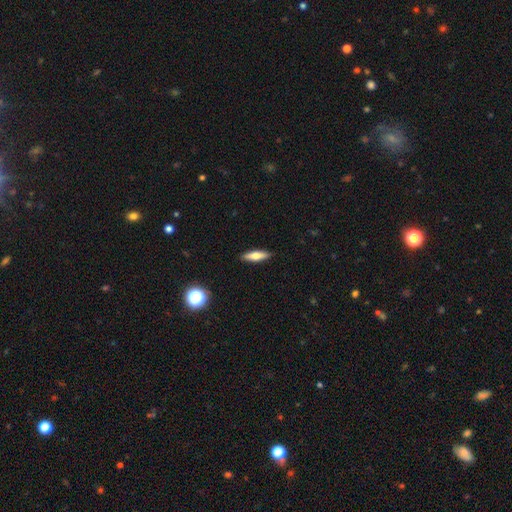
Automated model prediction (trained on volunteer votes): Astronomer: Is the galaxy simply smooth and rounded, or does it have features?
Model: smooth — 59%.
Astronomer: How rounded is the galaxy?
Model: cigar-shaped — 67%.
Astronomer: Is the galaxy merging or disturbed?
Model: none — 90%.